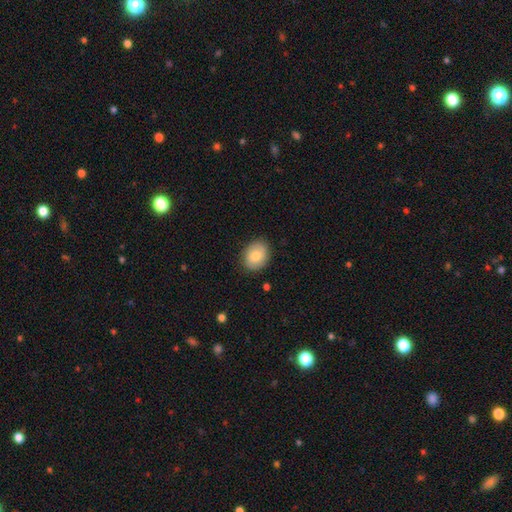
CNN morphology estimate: Smooth or featured? Predicted: smooth (p=0.75). How rounded? Predicted: in between (p=0.51). Merging? Predicted: none (p=0.86).